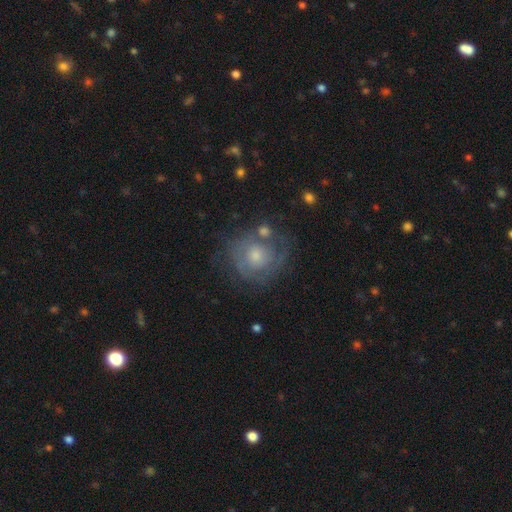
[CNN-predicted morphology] A featured or disk galaxy (59%) with no bar (81%), spiral arms (73%) and a moderate central bulge (54%).

Vote fractions:
- Smooth or featured? featured or disk: 59% / smooth: 32% / star or artifact: 9%
- Edge-on disk? no: 97% / yes: 3%
- Bar? no: 81% / weak: 16% / strong: 3%
- Spiral arms? yes: 73% / no: 27%
- Bulge size? moderate: 54% / small: 35% / large: 6% / none: 3% / dominant: 1%
- Merging? none: 61% / minor disturbance: 20% / major disturbance: 12% / merger: 8%